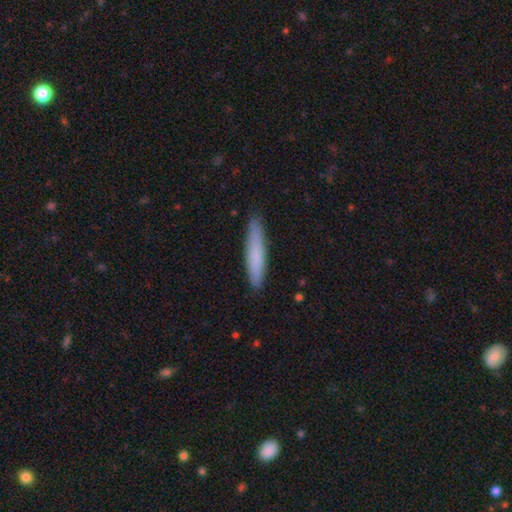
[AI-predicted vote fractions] smooth-or-featured: smooth: 77% | featured or disk: 18% | star or artifact: 6%
  how-rounded: cigar-shaped: 92% | in between: 7% | round: 1%
  merging: none: 89% | minor disturbance: 8% | major disturbance: 2% | merger: 1%